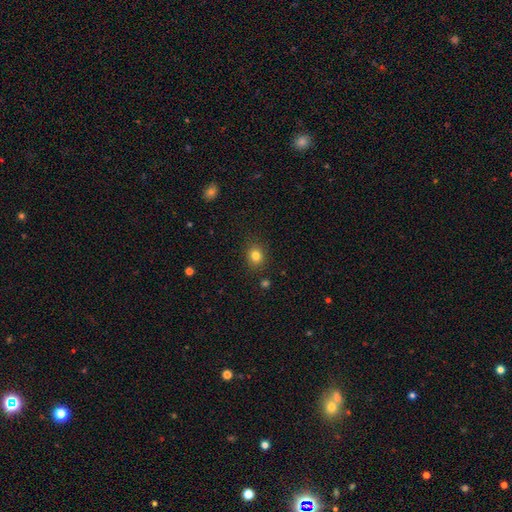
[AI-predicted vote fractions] Smooth or featured? Predicted: smooth (p=0.81). How rounded? Predicted: round (p=0.70). Merging? Predicted: none (p=0.86).